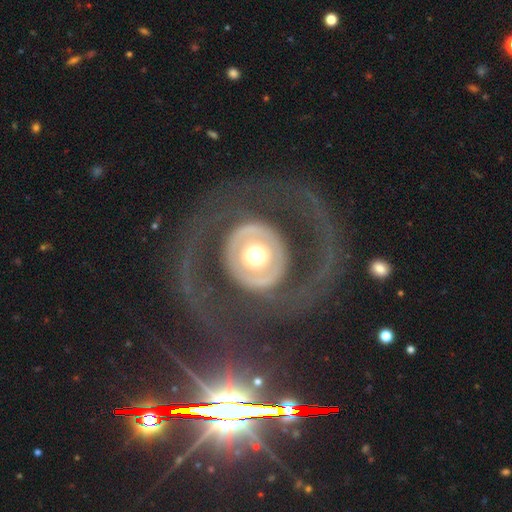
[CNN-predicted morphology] type=featured or disk (76%); edge-on=no (95%); bar=no (80%); spiral arms=yes (52%); bulge=moderate (56%); merging=none (66%).